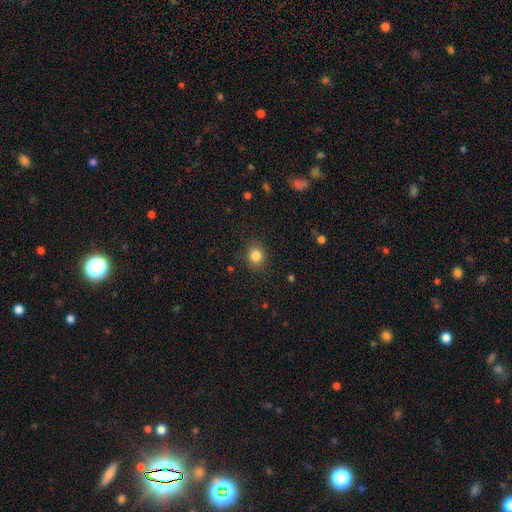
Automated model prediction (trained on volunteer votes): This is clearly a smooth galaxy (84%). How rounded: likely round (71%). Merging: clearly none (87%).